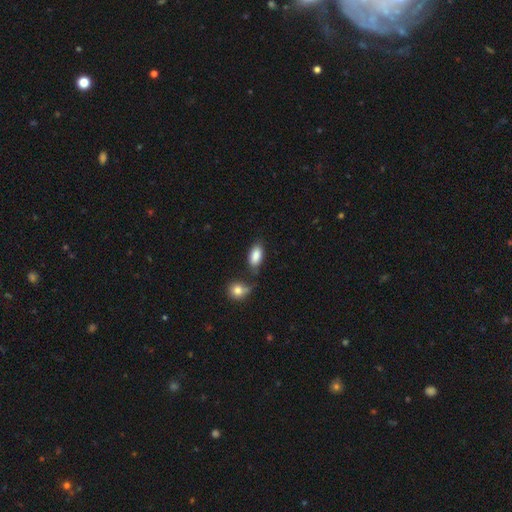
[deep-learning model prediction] Smooth or featured? Predicted: smooth (p=0.86). How rounded? Predicted: in between (p=0.91). Merging? Predicted: none (p=0.59).